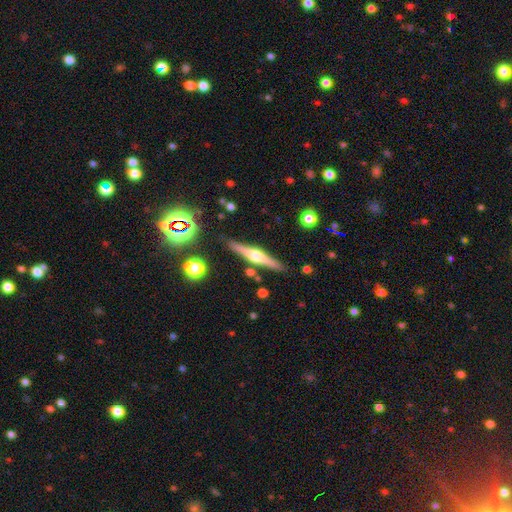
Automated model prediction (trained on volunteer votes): A featured or disk galaxy (74%) viewed edge-on (98%) with a rounded central bulge (91%).

Vote fractions:
- Smooth or featured? featured or disk: 74% / smooth: 20% / star or artifact: 6%
- Edge-on disk? yes: 98% / no: 2%
- Edge-on bulge? rounded: 91% / boxy: 6% / none: 2%
- Merging? none: 87% / minor disturbance: 9% / merger: 3% / major disturbance: 2%